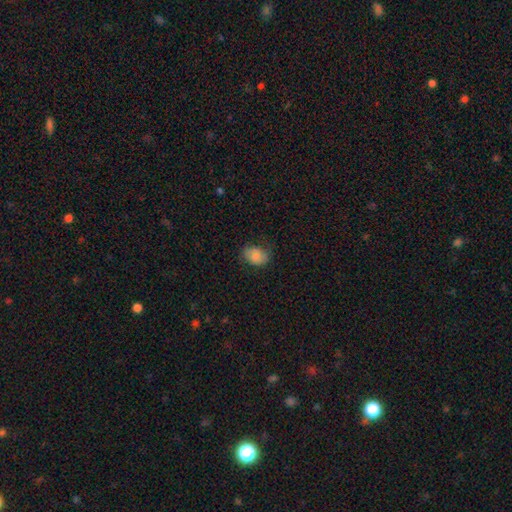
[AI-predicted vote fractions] smooth-or-featured: smooth: 81% | featured or disk: 11% | star or artifact: 8%
  how-rounded: in between: 75% | round: 24% | cigar-shaped: 1%
  merging: none: 67% | minor disturbance: 24% | major disturbance: 8% | merger: 1%